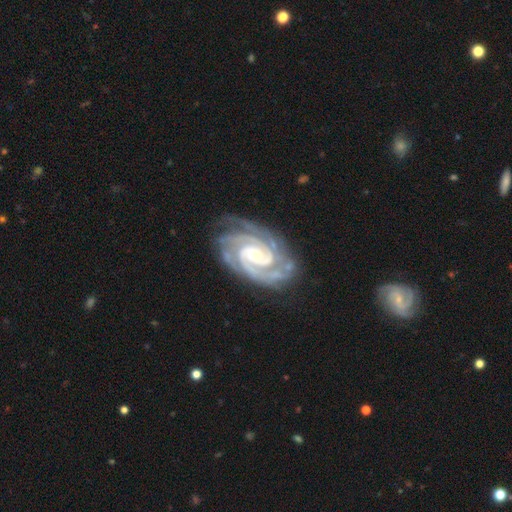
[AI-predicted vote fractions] smooth_or_featured: featured or disk (p=0.93) [alt: star or artifact p=0.04]
disk_edge_on: no (p=0.97) [alt: yes p=0.03]
bar: no (p=0.54) [alt: weak p=0.31]
has_spiral_arms: yes (p=0.99) [alt: no p=0.01]
spiral_winding: tight (p=0.74) [alt: medium p=0.23]
spiral_arm_count: 3 (p=0.34) [alt: 2 p=0.32]
bulge_size: small (p=0.61) [alt: moderate p=0.35]
merging: none (p=0.74) [alt: minor disturbance p=0.18]